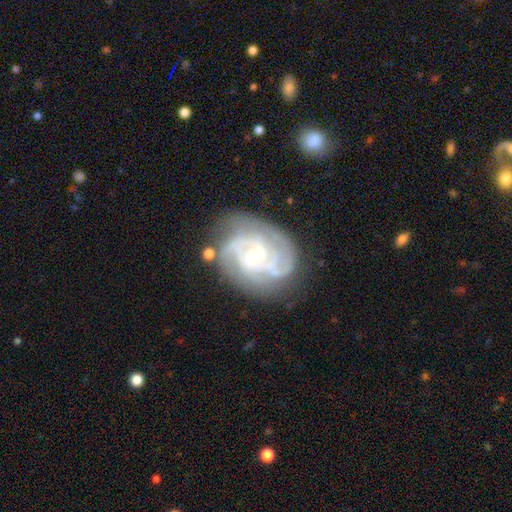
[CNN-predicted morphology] smooth_or_featured: featured or disk (p=0.88) [alt: smooth p=0.07]
disk_edge_on: no (p=0.98) [alt: yes p=0.02]
bar: no (p=0.48) [alt: weak p=0.41]
has_spiral_arms: yes (p=0.97) [alt: no p=0.03]
spiral_winding: tight (p=0.58) [alt: medium p=0.36]
spiral_arm_count: 3 (p=0.35) [alt: 2 p=0.24]
bulge_size: small (p=0.58) [alt: moderate p=0.38]
merging: none (p=0.71) [alt: minor disturbance p=0.19]